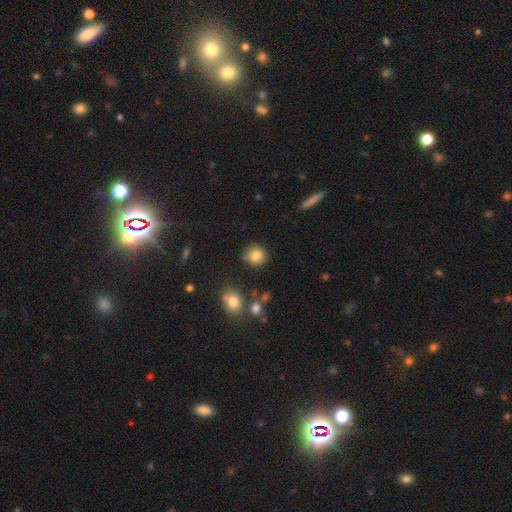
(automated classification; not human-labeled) Q: Smooth or featured?
A: smooth (84%); runner-up: star or artifact (10%)
Q: How rounded?
A: round (88%); runner-up: in between (11%)
Q: Merging?
A: none (83%); runner-up: minor disturbance (11%)